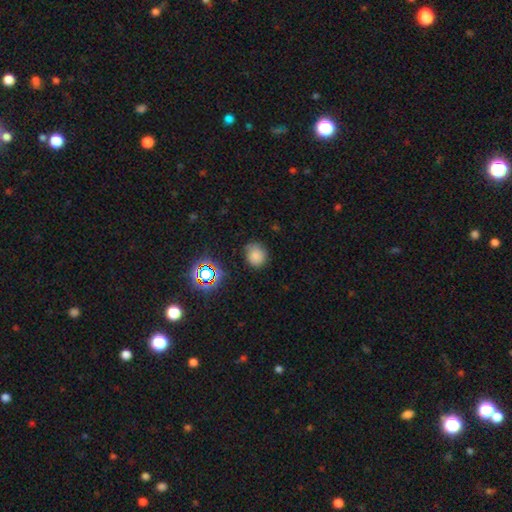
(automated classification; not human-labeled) Smooth or featured? smooth (76%)
How rounded? round (78%)
Merging? none (72%)